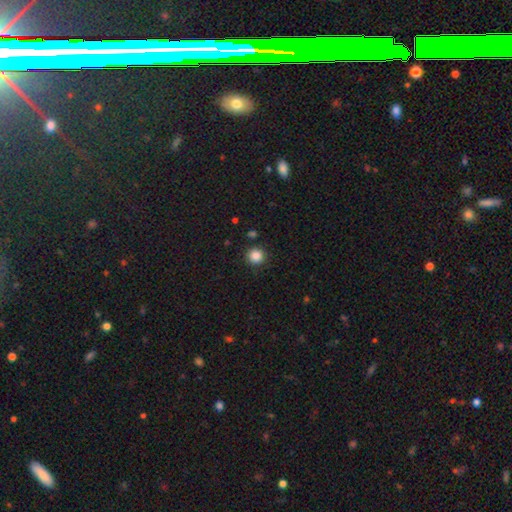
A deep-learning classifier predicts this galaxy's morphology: The model was most divided on "smooth or featured": smooth: 86%, star or artifact: 11%, featured or disk: 3%. More confident: how rounded — round (94%); merging — none (90%).